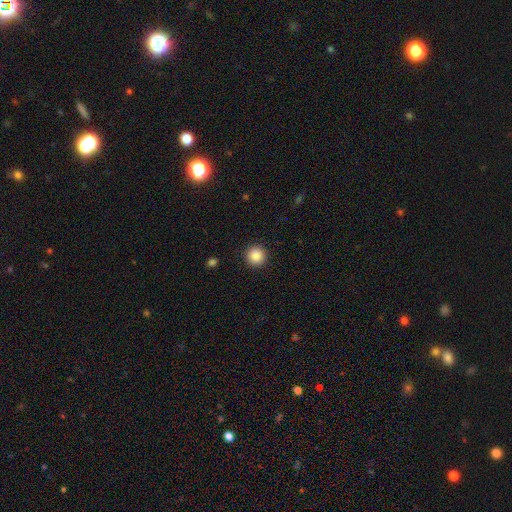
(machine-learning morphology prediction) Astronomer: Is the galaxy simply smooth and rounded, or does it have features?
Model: smooth — 87%.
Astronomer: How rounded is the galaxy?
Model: round — 95%.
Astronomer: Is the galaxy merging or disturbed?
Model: none — 92%.